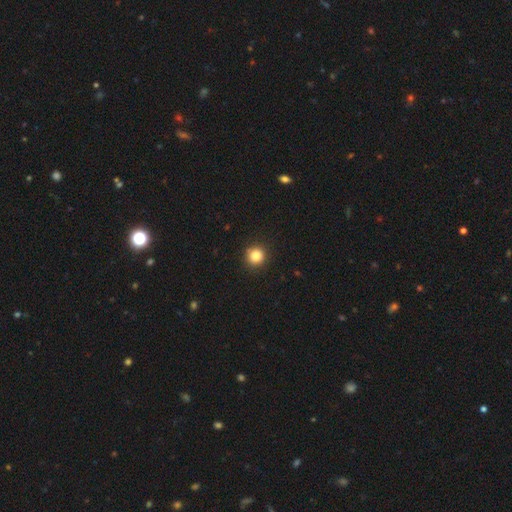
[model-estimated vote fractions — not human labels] Smooth or featured: smooth — 86% (star or artifact — 11%)
How rounded: round — 93% (in between — 6%)
Merging: none — 91% (minor disturbance — 6%)